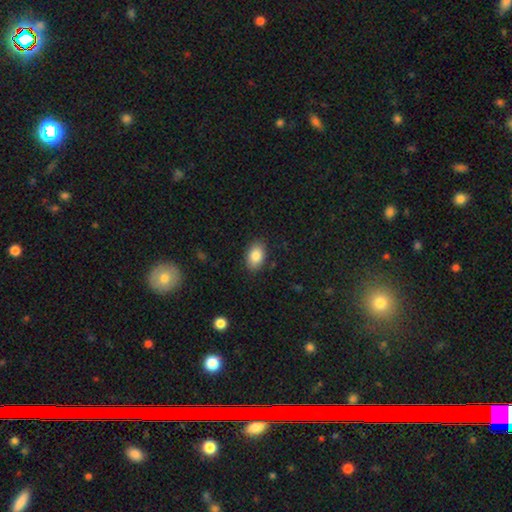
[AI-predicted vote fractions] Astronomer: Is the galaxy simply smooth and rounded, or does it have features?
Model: smooth — 85%.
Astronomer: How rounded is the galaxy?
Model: in between — 90%.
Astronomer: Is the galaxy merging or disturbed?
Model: none — 87%.